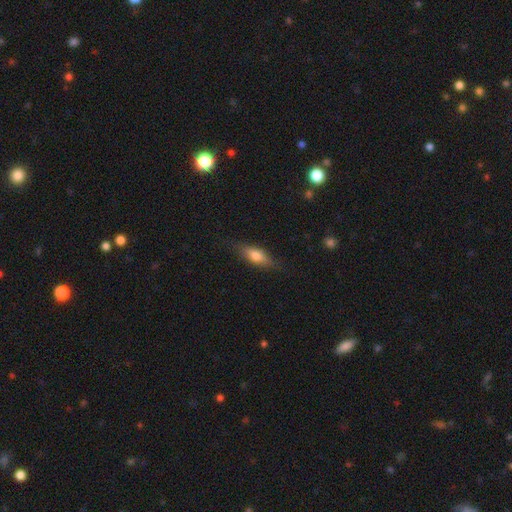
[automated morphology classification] Smooth or featured? smooth (62%)
How rounded? in between (62%)
Merging? none (79%)